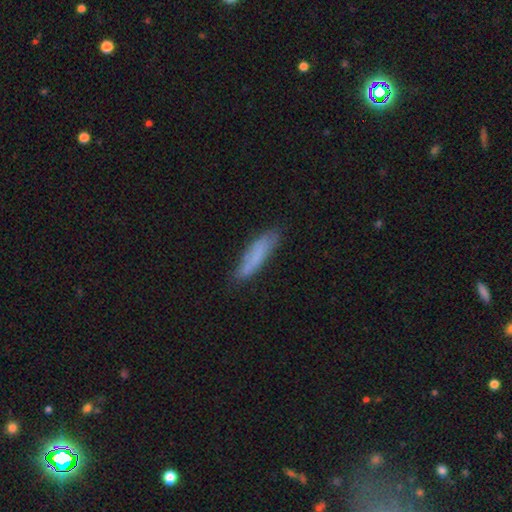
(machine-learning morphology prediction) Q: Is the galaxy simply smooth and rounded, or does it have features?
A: smooth — 71%.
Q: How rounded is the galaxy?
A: cigar-shaped — 77%.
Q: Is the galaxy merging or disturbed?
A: none — 72%.